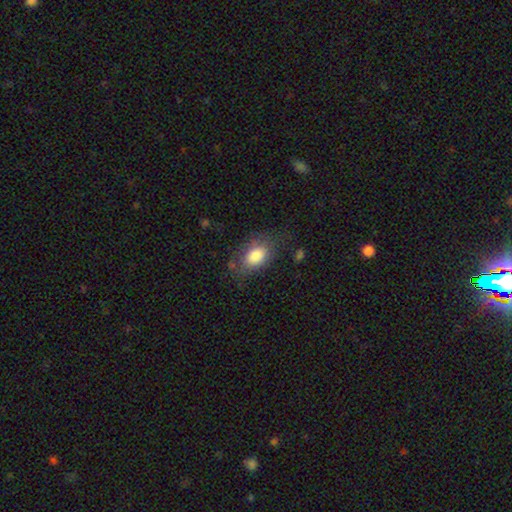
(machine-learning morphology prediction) smooth_or_featured: smooth (p=0.79) [alt: featured or disk p=0.14]
how_rounded: in between (p=0.88) [alt: round p=0.10]
merging: none (p=0.64) [alt: minor disturbance p=0.23]